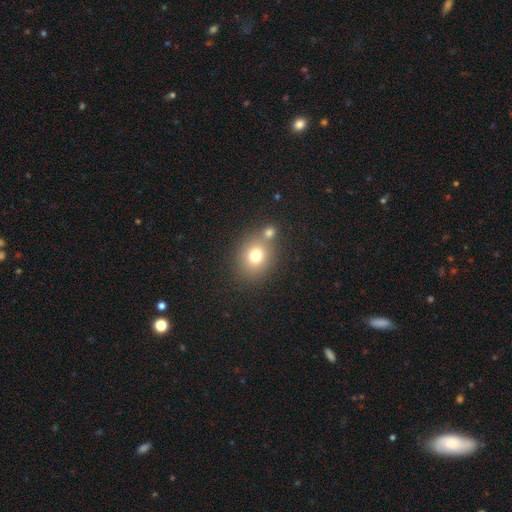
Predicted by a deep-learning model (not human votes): smooth-or-featured: smooth: 75% | star or artifact: 13% | featured or disk: 12%
  how-rounded: round: 63% | in between: 36% | cigar-shaped: 1%
  merging: none: 57% | merger: 29% | minor disturbance: 10% | major disturbance: 4%